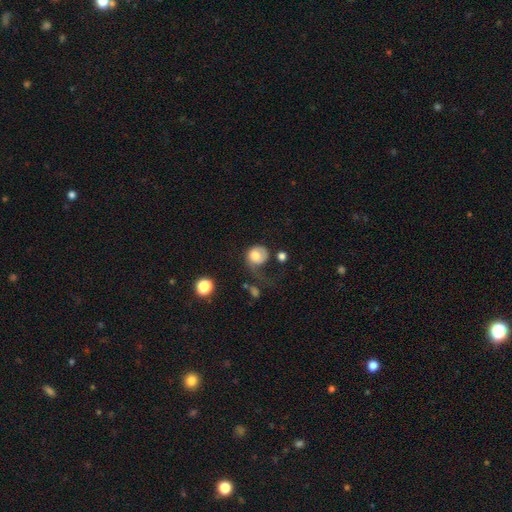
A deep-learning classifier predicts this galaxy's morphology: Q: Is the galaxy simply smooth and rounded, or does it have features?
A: smooth — 68%.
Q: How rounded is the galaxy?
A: round — 75%.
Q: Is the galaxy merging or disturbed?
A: major disturbance — 48%.